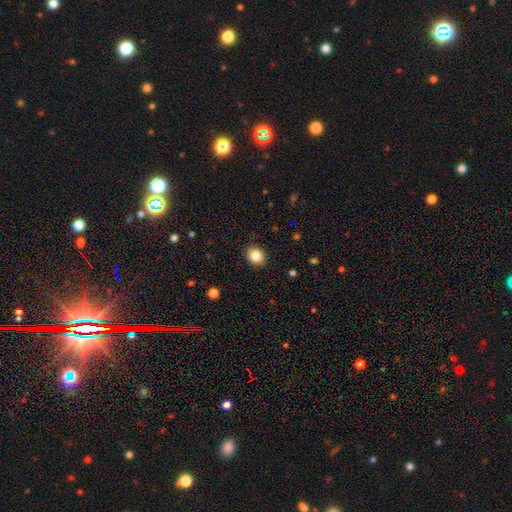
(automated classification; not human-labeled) A smooth galaxy with no disk features (84%) that is round (68%). Merging: none (89%).